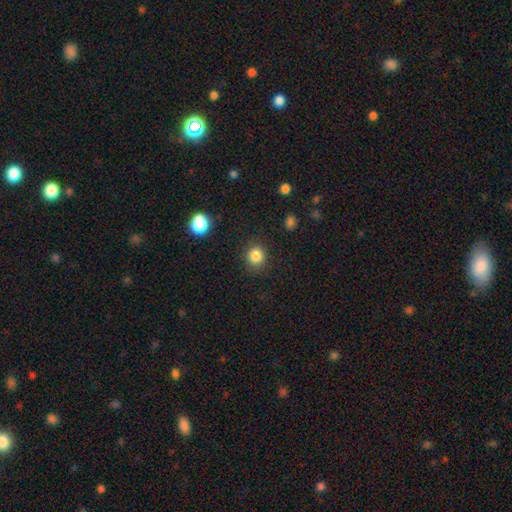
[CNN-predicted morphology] This is clearly a smooth galaxy (85%). How rounded: clearly round (86%). Merging: clearly none (86%).